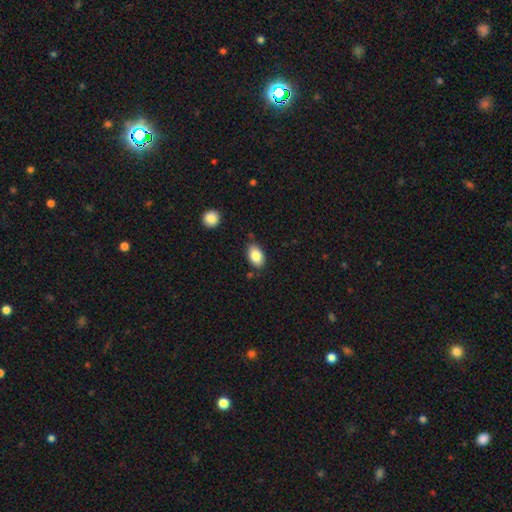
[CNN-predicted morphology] Smooth or featured?
  - smooth: 85% *
  - star or artifact: 7%
  - featured or disk: 7%
How rounded?
  - in between: 90% *
  - round: 9%
  - cigar-shaped: 1%
Merging?
  - none: 79% *
  - minor disturbance: 15%
  - merger: 3%
  - major disturbance: 3%